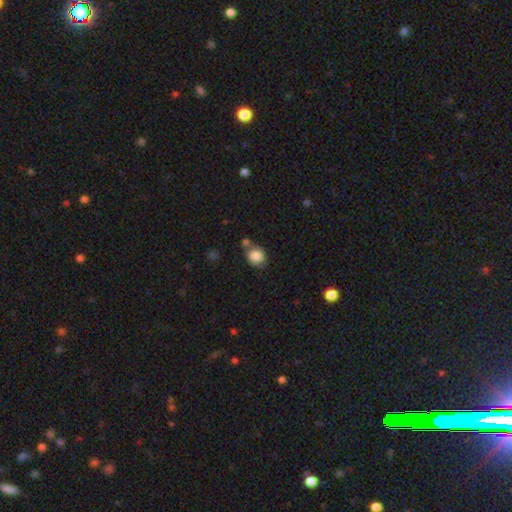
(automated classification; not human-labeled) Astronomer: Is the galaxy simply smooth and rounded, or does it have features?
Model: smooth — 83%.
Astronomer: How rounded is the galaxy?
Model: round — 65%.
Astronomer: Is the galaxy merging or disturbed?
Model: none — 58%.